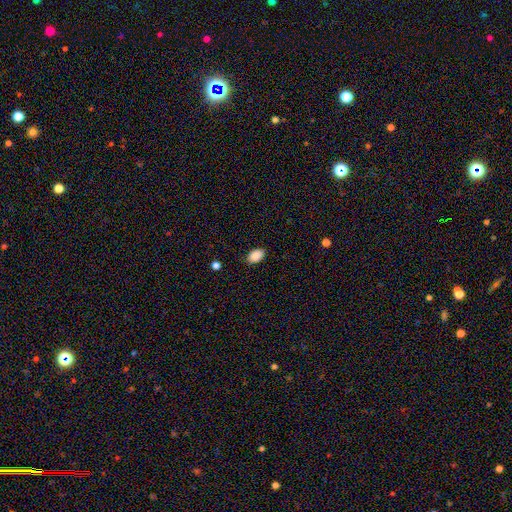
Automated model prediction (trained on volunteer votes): This is clearly a smooth galaxy (89%). How rounded: clearly in between (89%). Merging: clearly none (86%).